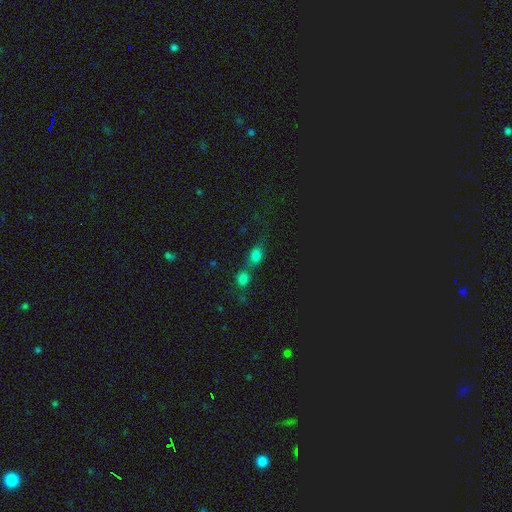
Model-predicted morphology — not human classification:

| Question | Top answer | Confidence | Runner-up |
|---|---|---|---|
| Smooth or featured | smooth | 72% | star or artifact (20%) |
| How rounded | in between | 59% | round (38%) |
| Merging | merger | 50% | none (36%) |